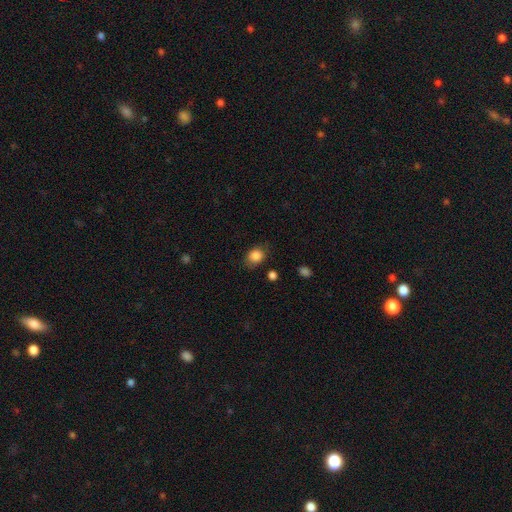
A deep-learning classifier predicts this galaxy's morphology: Smooth or featured: smooth — 84% (star or artifact — 9%)
How rounded: round — 50% (in between — 49%)
Merging: none — 77% (minor disturbance — 17%)